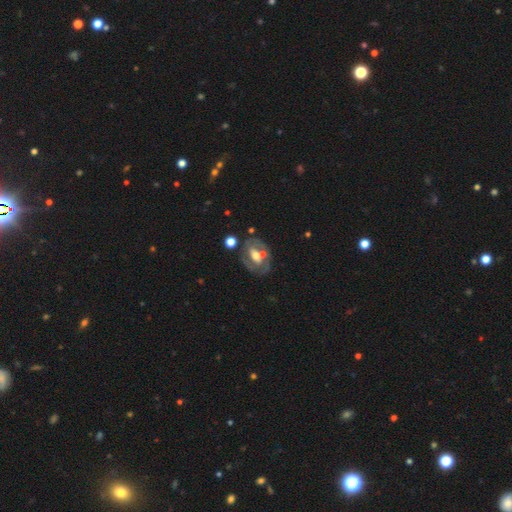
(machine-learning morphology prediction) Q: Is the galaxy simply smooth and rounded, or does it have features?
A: featured or disk — 69%.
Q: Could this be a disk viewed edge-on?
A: no — 93%.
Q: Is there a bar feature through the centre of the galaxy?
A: no — 37%.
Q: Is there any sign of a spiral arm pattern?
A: yes — 52%.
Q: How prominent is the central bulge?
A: moderate — 63%.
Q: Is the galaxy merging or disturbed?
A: none — 56%.